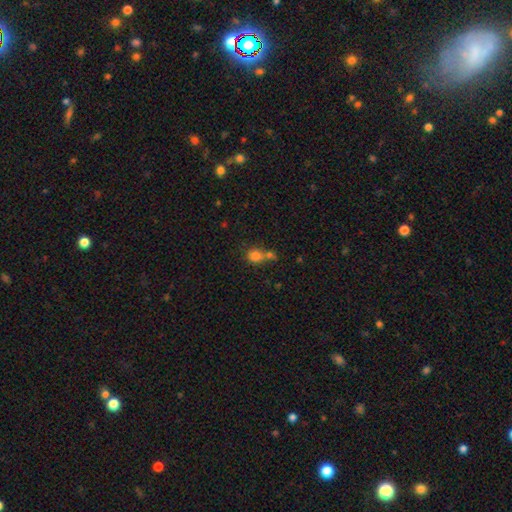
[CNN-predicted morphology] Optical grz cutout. It shows a smooth galaxy with no disk features (80%) that is round (68%). Merging: merger (41%, tied with none).